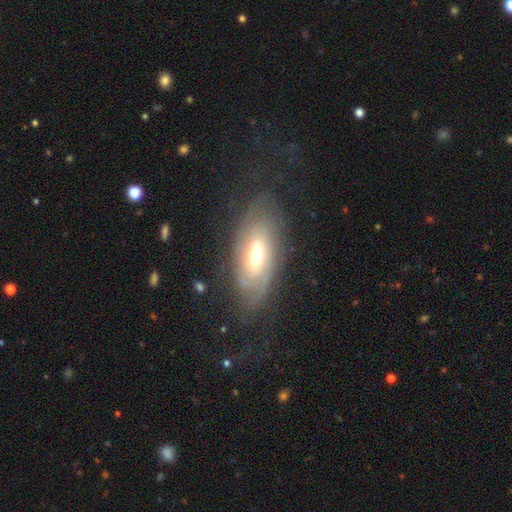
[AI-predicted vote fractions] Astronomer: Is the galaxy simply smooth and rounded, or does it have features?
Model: featured or disk — 71%.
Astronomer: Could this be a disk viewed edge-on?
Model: no — 87%.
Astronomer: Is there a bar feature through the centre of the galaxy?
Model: no — 54% (runner-up: weak, 34%).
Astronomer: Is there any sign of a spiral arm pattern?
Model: yes — 83%.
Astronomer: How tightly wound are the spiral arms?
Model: tight — 62%.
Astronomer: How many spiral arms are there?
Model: can't tell — 53%.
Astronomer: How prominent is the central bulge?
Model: moderate — 62%.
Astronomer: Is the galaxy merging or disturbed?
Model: none — 69%.